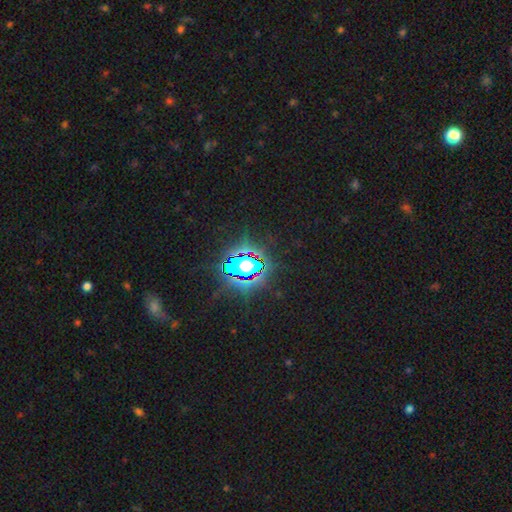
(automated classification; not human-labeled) Smooth or featured? Predicted: star or artifact (p=0.82).